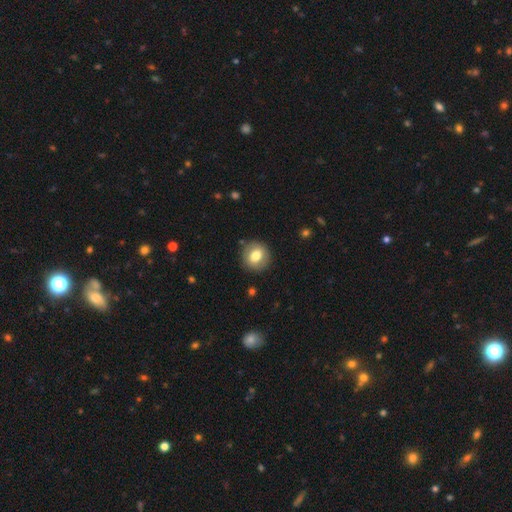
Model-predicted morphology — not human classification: The model was most divided on "smooth or featured": smooth: 74%, featured or disk: 18%, star or artifact: 8%. More confident: merging — none (86%); how rounded — round (83%).